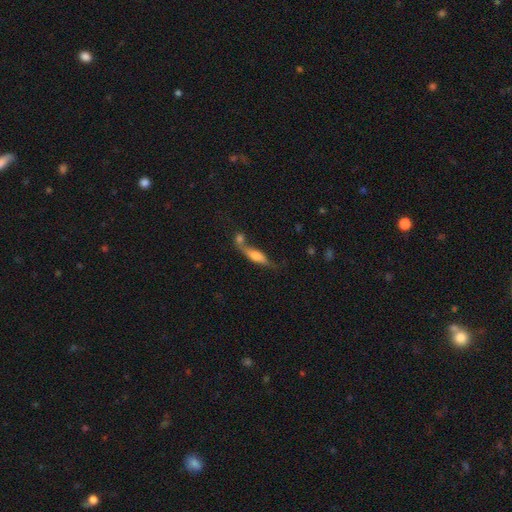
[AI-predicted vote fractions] Morphology: type=smooth (52%); roundness=cigar-shaped (55%); merging=merger (41%).